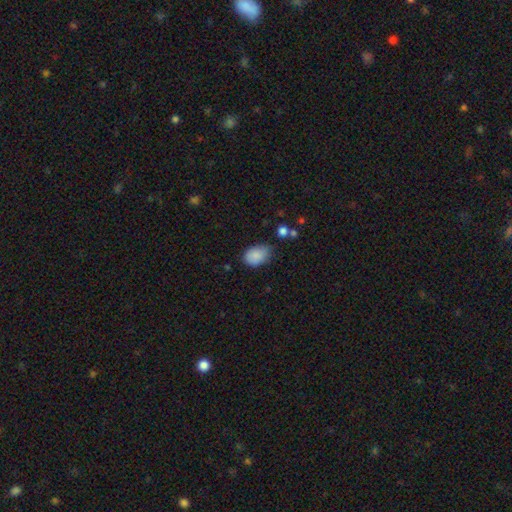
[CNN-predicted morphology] This appears to be a smooth galaxy with no disk features (87%) that is in between round and cigar-shaped (82%). Merging: none (63%).